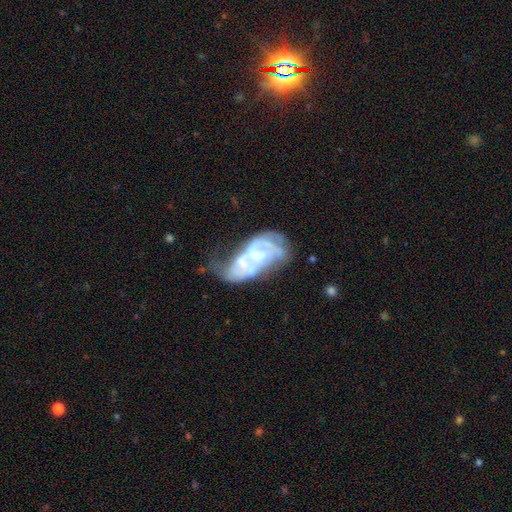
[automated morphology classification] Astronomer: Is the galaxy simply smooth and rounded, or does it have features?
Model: featured or disk — 74%.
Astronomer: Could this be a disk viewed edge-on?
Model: no — 96%.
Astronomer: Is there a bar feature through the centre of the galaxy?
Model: no — 58%.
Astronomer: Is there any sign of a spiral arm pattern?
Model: yes — 65%.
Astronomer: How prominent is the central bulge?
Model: small — 41% (runner-up: moderate, 31%).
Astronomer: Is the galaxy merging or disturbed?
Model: major disturbance — 34% (runner-up: none, 23%).